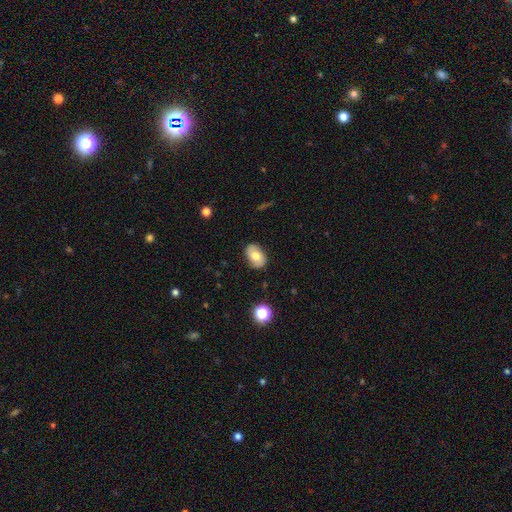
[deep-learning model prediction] Smooth or featured? smooth (67%)
How rounded? in between (83%)
Merging? none (83%)